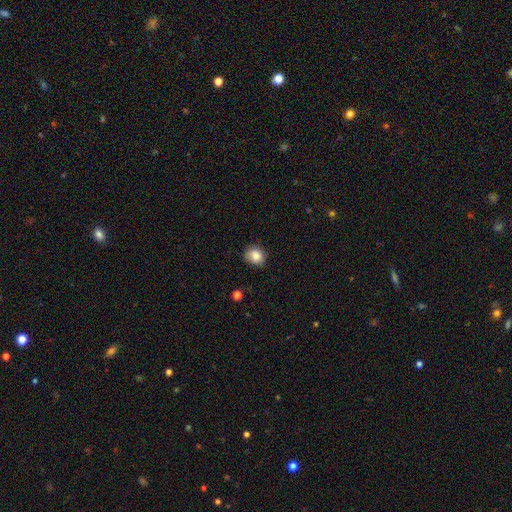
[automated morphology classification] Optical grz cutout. It shows a smooth galaxy with no disk features (85%) that is round (66%). Merging: none (72%).